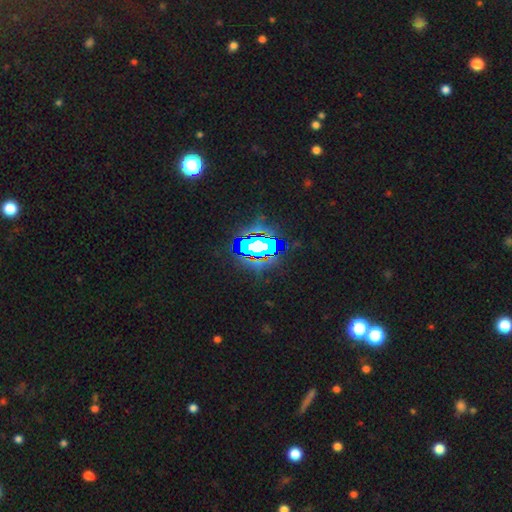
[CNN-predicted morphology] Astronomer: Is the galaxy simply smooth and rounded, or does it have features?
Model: star or artifact — 70%.